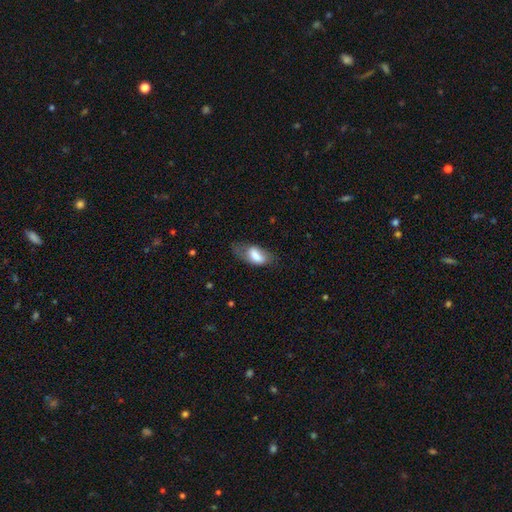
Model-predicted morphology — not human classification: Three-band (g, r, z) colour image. It shows a smooth galaxy with no disk features (68%) that is in between round and cigar-shaped (88%). Merging: none (44%).